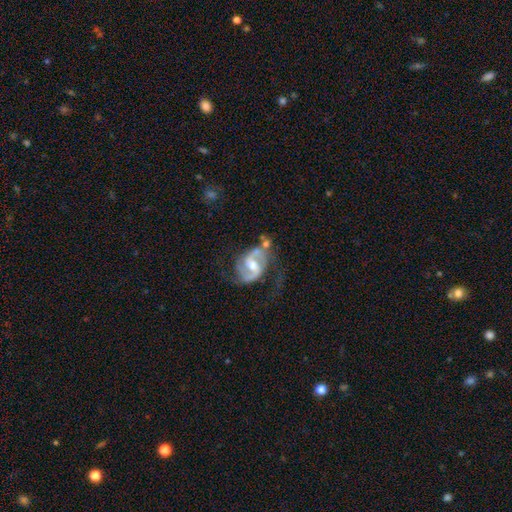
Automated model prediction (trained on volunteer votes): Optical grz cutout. It shows a featured or disk galaxy (88%) with a weak bar (45%), 2 (89%) medium (51%) spiral arms (96%) and a moderate central bulge (73%). Merging: none (55%).